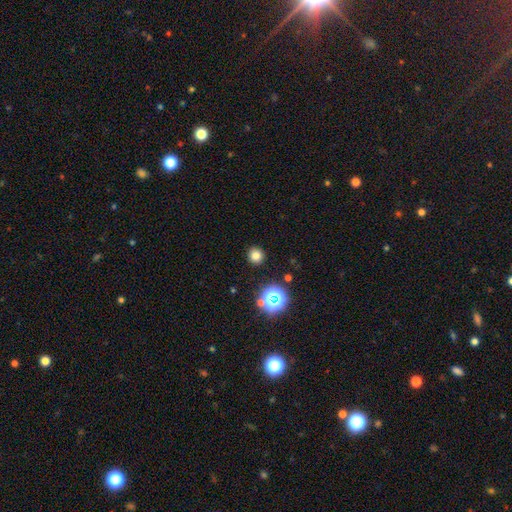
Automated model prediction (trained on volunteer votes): A smooth galaxy with no disk features (77%) that is round (93%). Merging: none (91%).